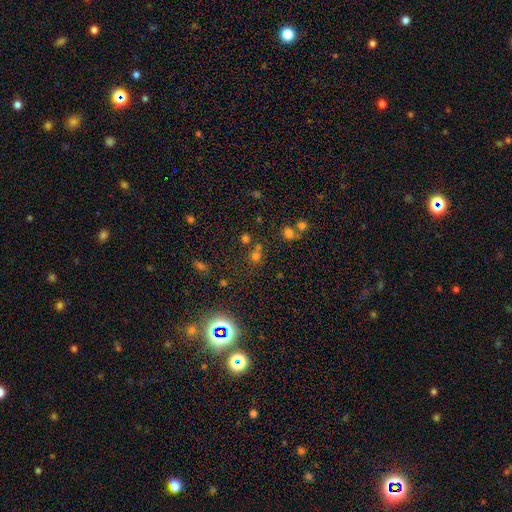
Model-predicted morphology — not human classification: type=smooth (54%); roundness=round (77%); merging=none (57%).